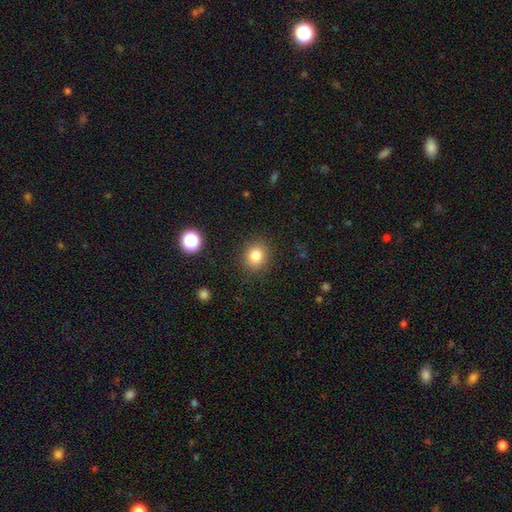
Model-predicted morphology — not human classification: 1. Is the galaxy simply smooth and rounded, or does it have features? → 82% smooth, 12% star or artifact, 6% featured or disk.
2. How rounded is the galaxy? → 76% round, 23% in between, 1% cigar-shaped.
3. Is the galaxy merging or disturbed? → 88% none, 8% minor disturbance, 3% major disturbance, 1% merger.